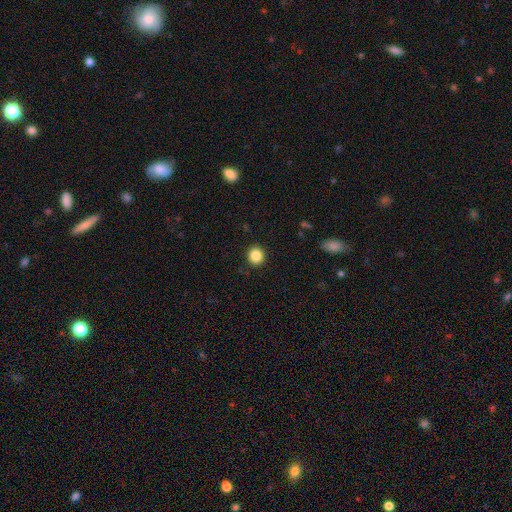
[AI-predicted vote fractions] Overall: smooth (86%). How rounded: round (91%). Merging: none (91%).